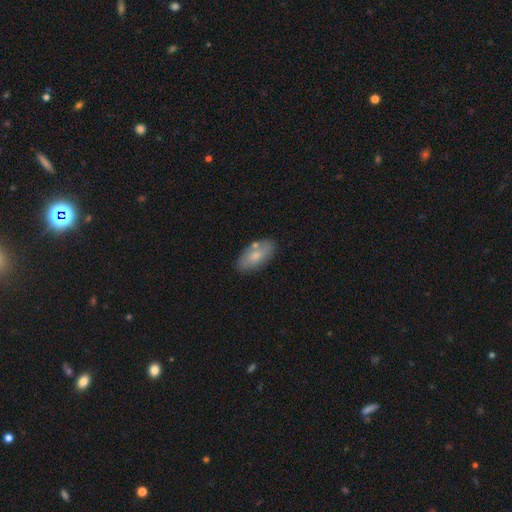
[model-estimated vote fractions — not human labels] The model was most divided on "smooth or featured": smooth: 70%, featured or disk: 24%, star or artifact: 6%. More confident: how rounded — in between (92%); merging — none (74%).